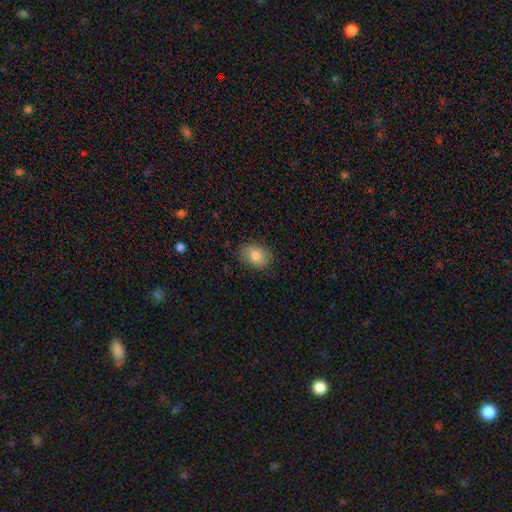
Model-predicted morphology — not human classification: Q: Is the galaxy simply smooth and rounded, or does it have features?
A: smooth — 81%.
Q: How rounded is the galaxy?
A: in between — 72%.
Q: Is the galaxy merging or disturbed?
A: none — 82%.